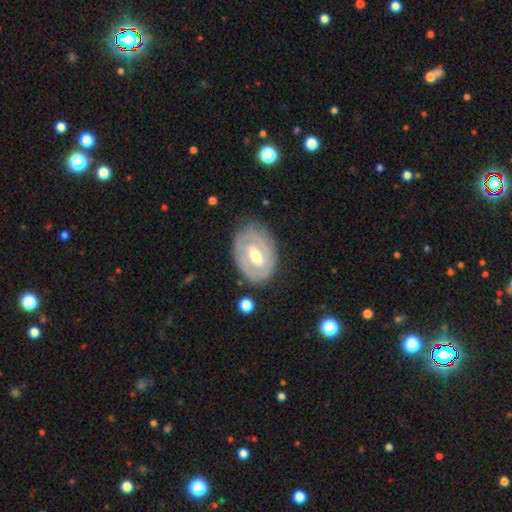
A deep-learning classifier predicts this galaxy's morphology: Smooth or featured? featured or disk (76%)
Edge-on disk? no (95%)
Bar? weak (47%)
Spiral arms? yes (64%)
Bulge size? moderate (72%)
Merging? none (76%)